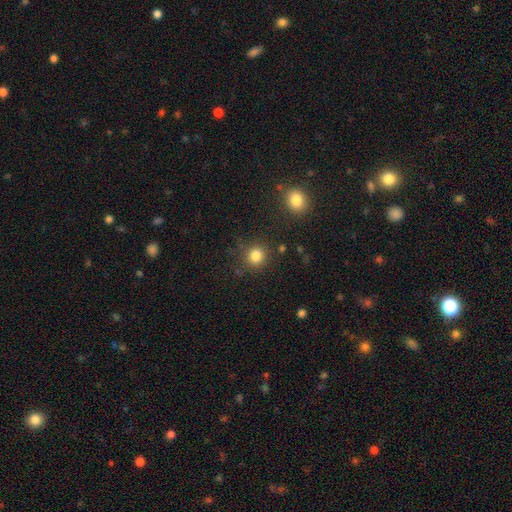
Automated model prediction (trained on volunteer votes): Q: Smooth or featured?
A: smooth (82%); runner-up: star or artifact (13%)
Q: How rounded?
A: round (90%); runner-up: in between (9%)
Q: Merging?
A: none (85%); runner-up: minor disturbance (9%)